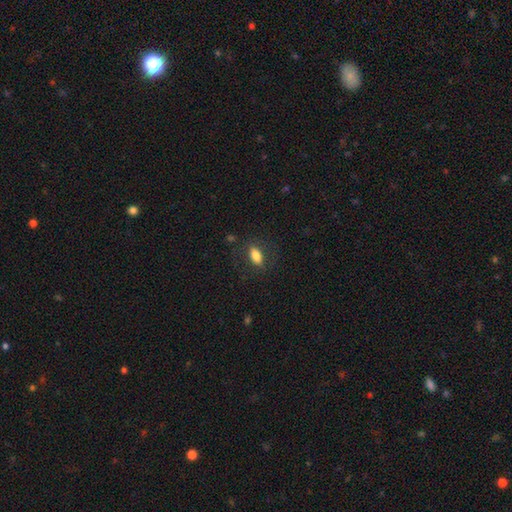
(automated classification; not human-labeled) Q: Smooth or featured?
A: smooth (74%); runner-up: featured or disk (17%)
Q: How rounded?
A: in between (75%); runner-up: cigar-shaped (19%)
Q: Merging?
A: none (80%); runner-up: minor disturbance (13%)